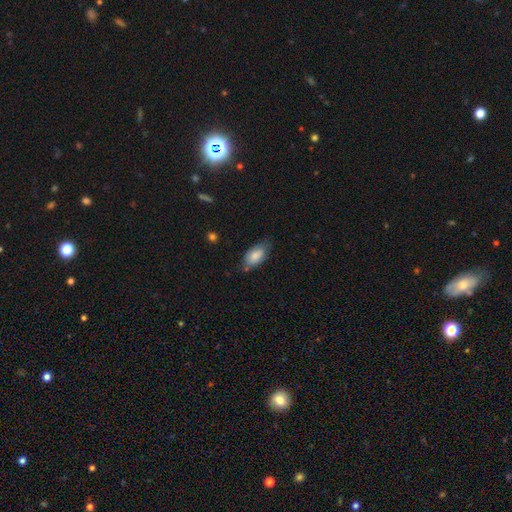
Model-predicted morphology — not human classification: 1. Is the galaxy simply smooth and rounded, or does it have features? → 80% smooth, 14% featured or disk, 7% star or artifact.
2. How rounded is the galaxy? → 91% in between, 5% cigar-shaped, 3% round.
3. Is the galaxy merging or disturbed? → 62% none, 28% minor disturbance, 6% major disturbance, 4% merger.